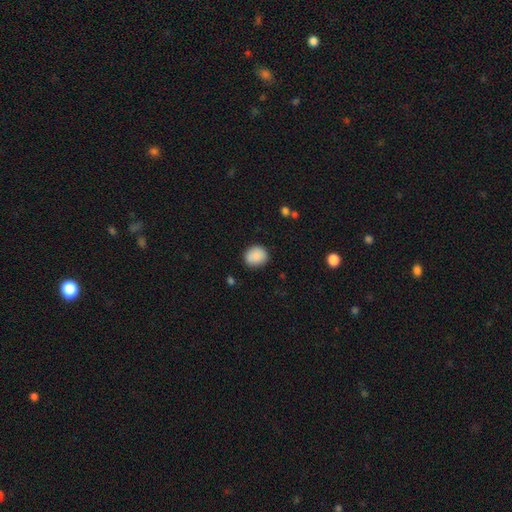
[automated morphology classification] Smooth or featured?
  - smooth: 88% *
  - star or artifact: 7%
  - featured or disk: 4%
How rounded?
  - round: 71% *
  - in between: 28%
  - cigar-shaped: 1%
Merging?
  - none: 85% *
  - minor disturbance: 11%
  - major disturbance: 3%
  - merger: 1%